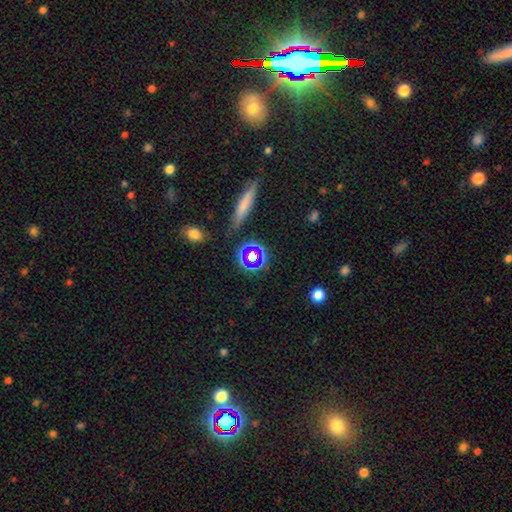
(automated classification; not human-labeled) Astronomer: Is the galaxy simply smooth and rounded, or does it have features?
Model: smooth — 42% (runner-up: star or artifact, 40%).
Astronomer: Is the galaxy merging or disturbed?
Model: none — 81%.